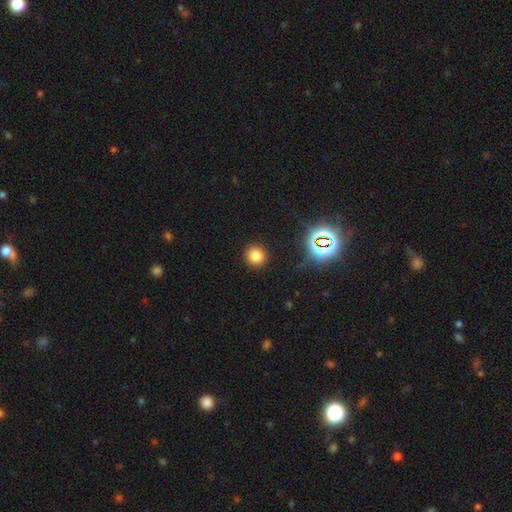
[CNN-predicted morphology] Smooth or featured?
  - smooth: 78% *
  - star or artifact: 17%
  - featured or disk: 5%
How rounded?
  - round: 90% *
  - in between: 9%
  - cigar-shaped: 1%
Merging?
  - none: 90% *
  - minor disturbance: 6%
  - major disturbance: 2%
  - merger: 1%